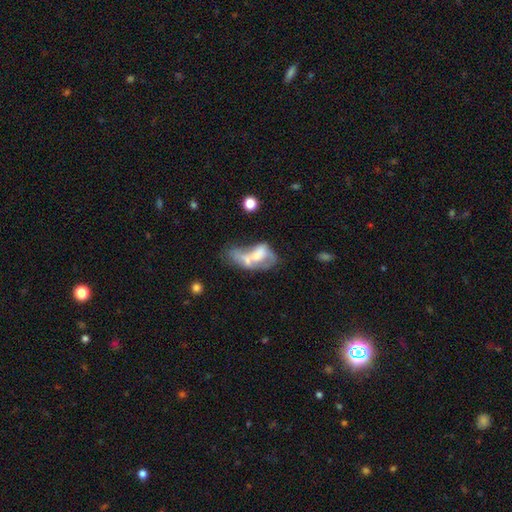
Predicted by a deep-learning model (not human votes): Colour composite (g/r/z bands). It shows a featured or disk galaxy (50%). Merging: merger (52%).